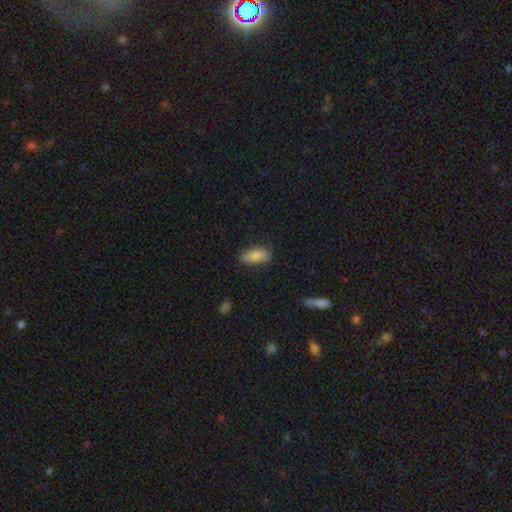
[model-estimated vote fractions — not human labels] Smooth or featured? smooth (82%)
How rounded? in between (87%)
Merging? none (76%)